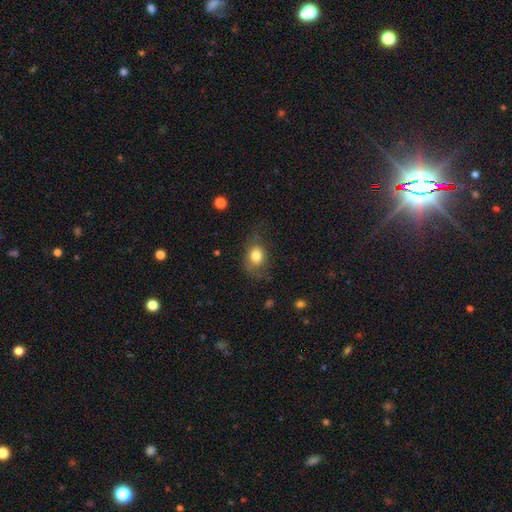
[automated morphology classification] smooth-or-featured: smooth: 76% | featured or disk: 15% | star or artifact: 9%
  how-rounded: in between: 61% | round: 38% | cigar-shaped: 1%
  merging: none: 58% | minor disturbance: 25% | major disturbance: 15% | merger: 2%